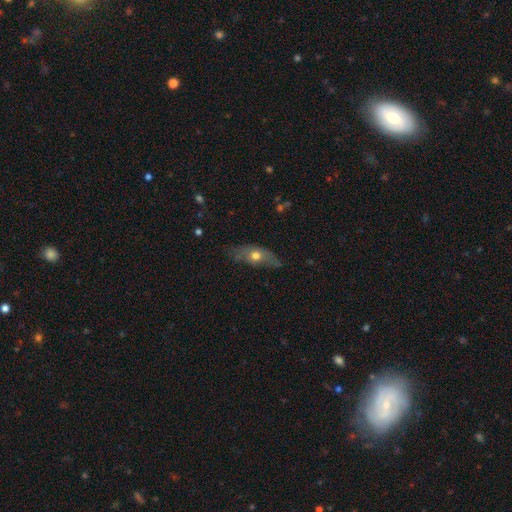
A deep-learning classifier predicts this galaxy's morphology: Overall: smooth (52%; featured or disk 40%). How rounded: in between (66%). Merging: none (59%; minor disturbance 29%).